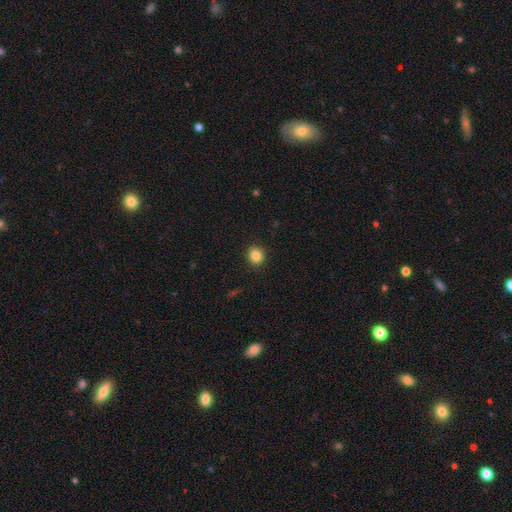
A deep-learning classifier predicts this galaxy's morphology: Smooth or featured: smooth — 85% (star or artifact — 11%)
How rounded: round — 86% (in between — 13%)
Merging: none — 91% (minor disturbance — 6%)